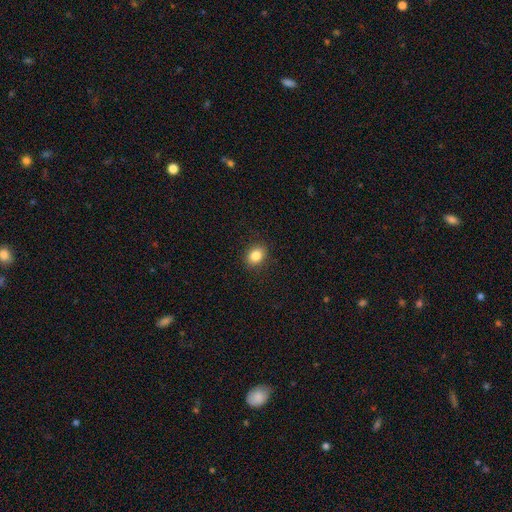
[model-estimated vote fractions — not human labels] A smooth galaxy with no disk features (85%) that is in between round and cigar-shaped (60%). Merging: none (90%).